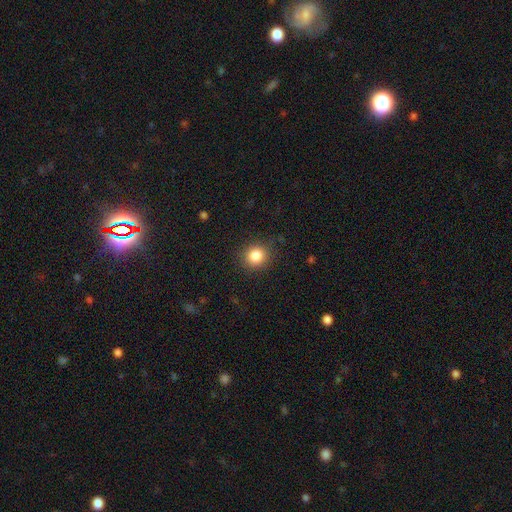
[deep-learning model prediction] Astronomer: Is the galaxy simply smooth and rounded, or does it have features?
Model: smooth — 84%.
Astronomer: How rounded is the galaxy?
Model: round — 85%.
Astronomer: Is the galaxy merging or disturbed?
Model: none — 88%.